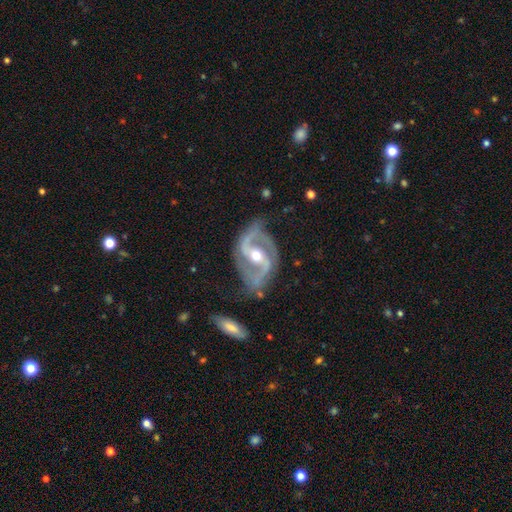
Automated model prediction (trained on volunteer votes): smooth-or-featured: featured or disk: 92% | star or artifact: 5% | smooth: 3%
  disk-edge-on: no: 97% | yes: 3%
    bar: strong: 45% | weak: 34% | no: 22%
    has-spiral-arms: yes: 98% | no: 2%
      spiral-winding: medium: 54% | loose: 29% | tight: 16%
      spiral-arm-count: 2: 93% | 3: 2% | can't tell: 2% | 1: 1% | 4: 1% | more than 4: 1%
    bulge-size: moderate: 67% | small: 29% | large: 2% | none: 1% | dominant: 1%
  merging: none: 68% | minor disturbance: 21% | major disturbance: 8% | merger: 3%